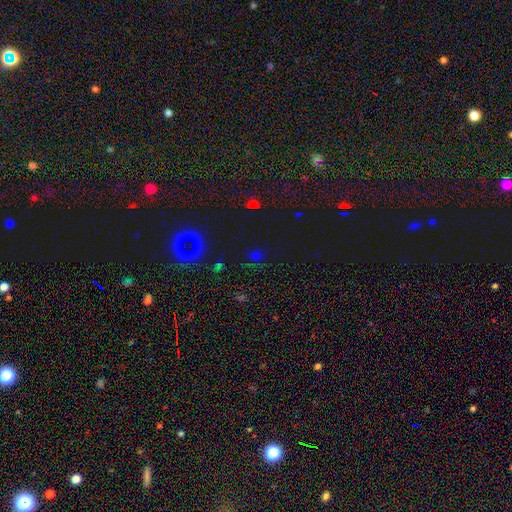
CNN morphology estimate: star or artifact 61%, smooth 31%, featured or disk 8%.